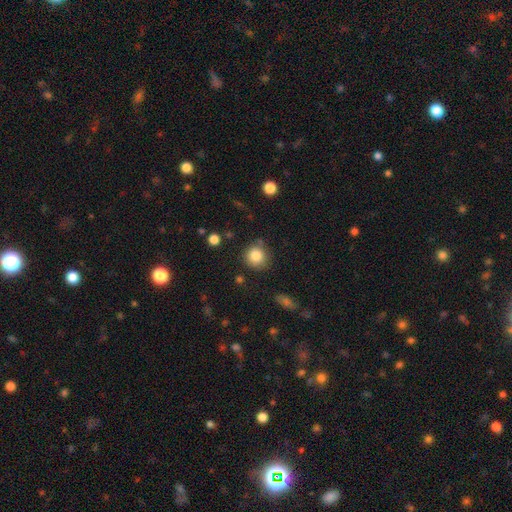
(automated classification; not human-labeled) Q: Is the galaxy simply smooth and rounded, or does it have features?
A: smooth — 85%.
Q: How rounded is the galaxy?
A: round — 91%.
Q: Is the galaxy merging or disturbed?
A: none — 80%.